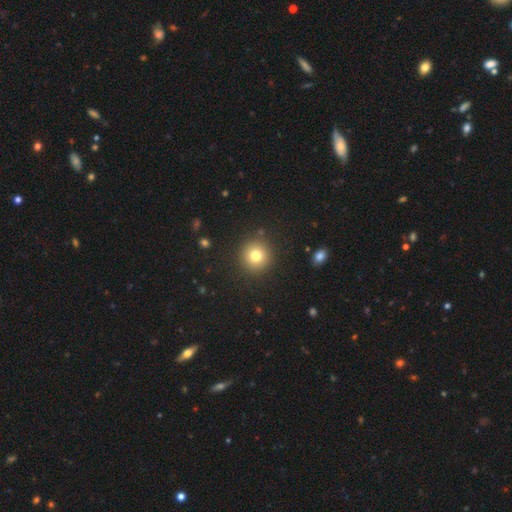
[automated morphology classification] Smooth or featured? smooth (78%)
How rounded? round (94%)
Merging? none (90%)